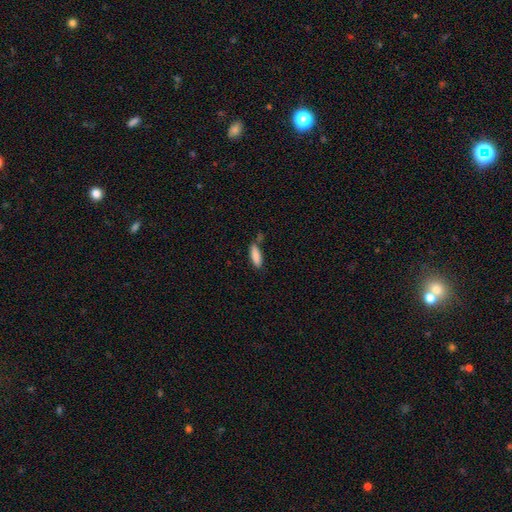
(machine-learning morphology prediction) The model was most divided on "how rounded": in between: 53%, cigar-shaped: 46%, round: 2%. More confident: smooth or featured — smooth (86%); merging — none (66%).